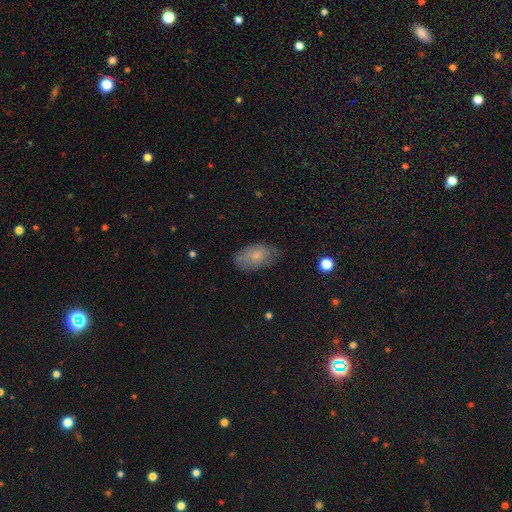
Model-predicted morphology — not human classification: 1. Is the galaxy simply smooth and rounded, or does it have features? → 70% smooth, 22% featured or disk, 8% star or artifact.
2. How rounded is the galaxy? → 92% in between, 6% round, 2% cigar-shaped.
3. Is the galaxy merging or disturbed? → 67% none, 25% minor disturbance, 6% major disturbance, 1% merger.